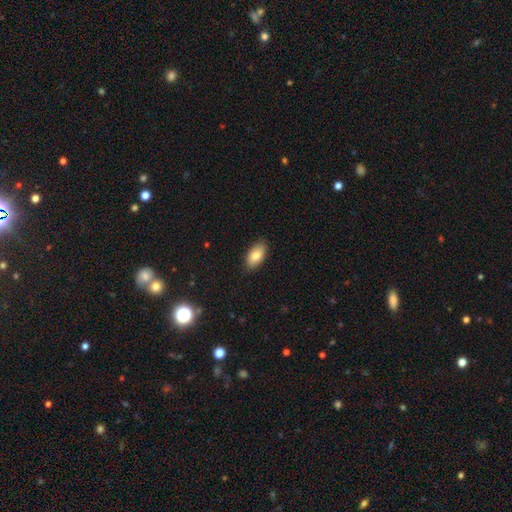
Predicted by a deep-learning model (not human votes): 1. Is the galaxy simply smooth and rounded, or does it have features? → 80% smooth, 13% featured or disk, 7% star or artifact.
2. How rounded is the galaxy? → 93% in between, 4% round, 3% cigar-shaped.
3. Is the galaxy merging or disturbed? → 86% none, 11% minor disturbance, 2% major disturbance, 1% merger.